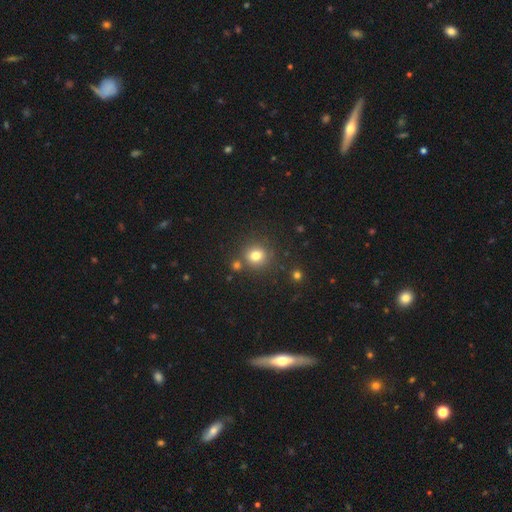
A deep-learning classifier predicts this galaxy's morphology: smooth_or_featured: smooth (p=0.78) [alt: star or artifact p=0.14]
how_rounded: round (p=0.88) [alt: in between p=0.11]
merging: none (p=0.77) [alt: merger p=0.11]